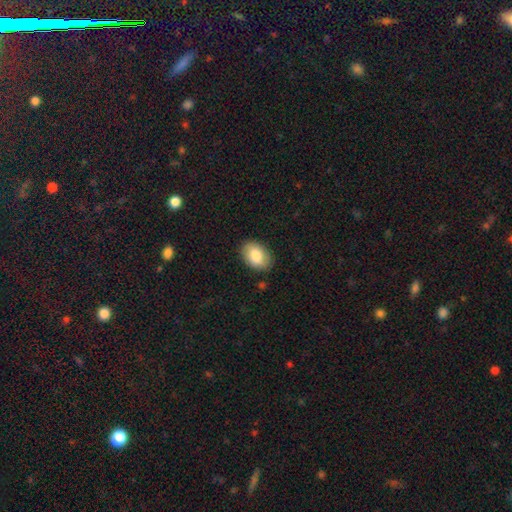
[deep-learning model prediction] A smooth galaxy with no disk features (84%) that is in between round and cigar-shaped (86%). Merging: none (87%).